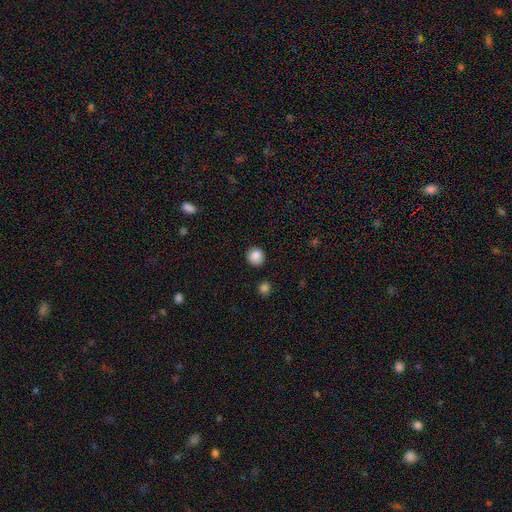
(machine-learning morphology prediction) A smooth galaxy with no disk features (87%) that is round (90%).

Vote fractions:
- Smooth or featured? smooth: 87% / star or artifact: 10% / featured or disk: 3%
- How rounded? round: 90% / in between: 9% / cigar-shaped: 1%
- Merging? none: 88% / minor disturbance: 8% / major disturbance: 2% / merger: 2%